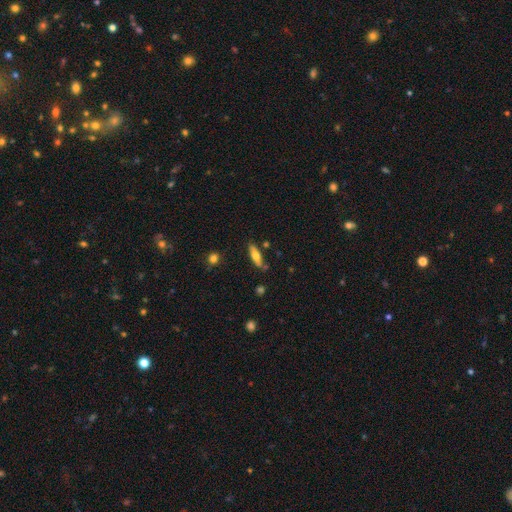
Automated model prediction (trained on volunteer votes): Smooth or featured? Predicted: smooth (p=0.62). How rounded? Predicted: cigar-shaped (p=0.55). Merging? Predicted: none (p=0.76).